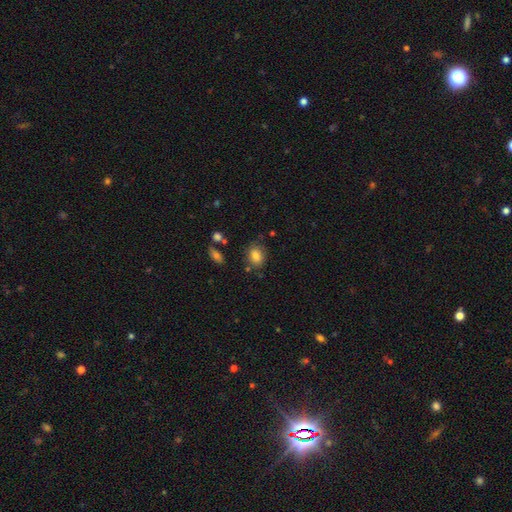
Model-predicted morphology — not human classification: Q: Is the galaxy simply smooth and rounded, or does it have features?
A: smooth — 81%.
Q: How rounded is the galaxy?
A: in between — 63%.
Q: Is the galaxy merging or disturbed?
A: none — 75%.